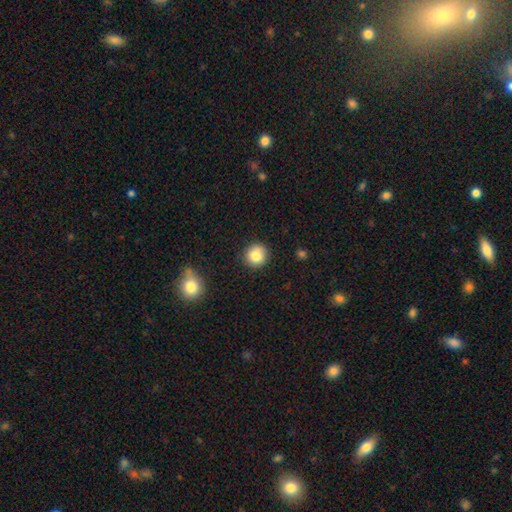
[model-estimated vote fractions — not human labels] This appears to be a smooth galaxy with no disk features (84%) that is round (91%). Merging: none (88%).